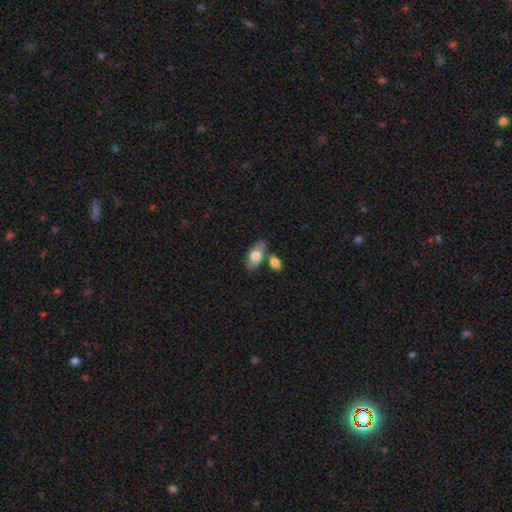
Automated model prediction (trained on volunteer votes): This appears to be a smooth galaxy with no disk features (72%) that is in between round and cigar-shaped (90%). Merging: none (65%).